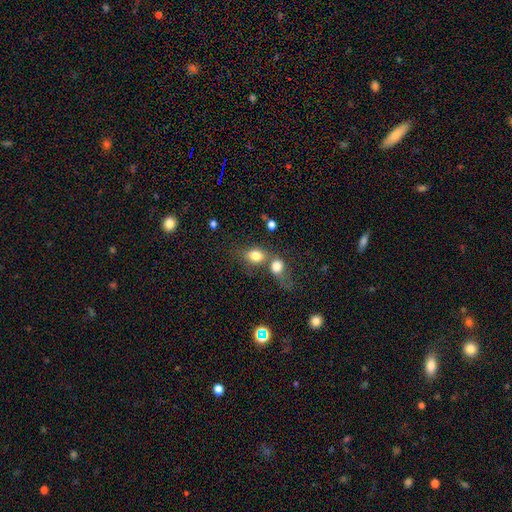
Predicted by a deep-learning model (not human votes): Morphology: type=smooth (79%); roundness=in between (60%); merging=merger (44%).